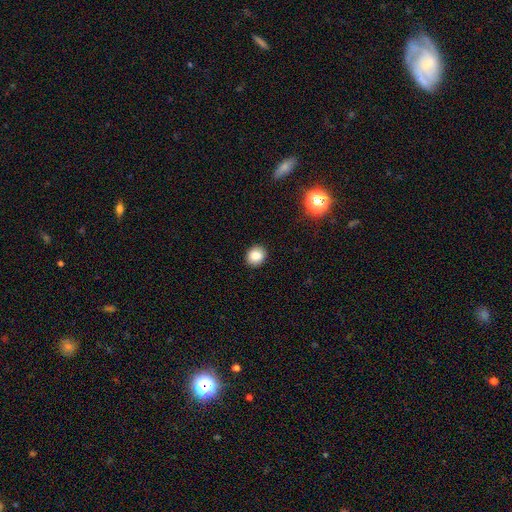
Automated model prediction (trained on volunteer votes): Q: Smooth or featured?
A: smooth (85%); runner-up: star or artifact (10%)
Q: How rounded?
A: round (73%); runner-up: in between (26%)
Q: Merging?
A: none (91%); runner-up: minor disturbance (7%)